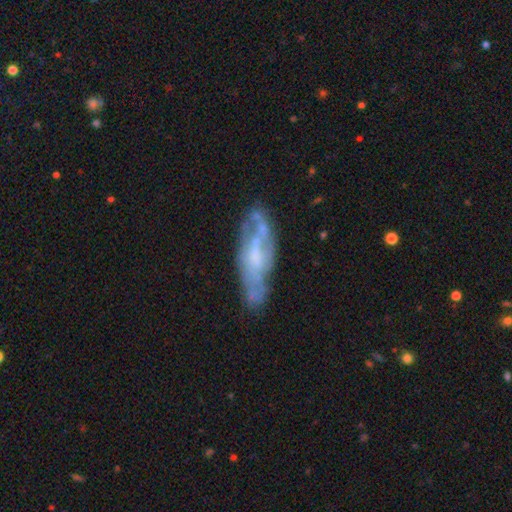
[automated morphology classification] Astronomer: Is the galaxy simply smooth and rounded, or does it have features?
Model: featured or disk — 66%.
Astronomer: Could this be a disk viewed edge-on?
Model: no — 76%.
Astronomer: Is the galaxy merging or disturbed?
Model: none — 63%.